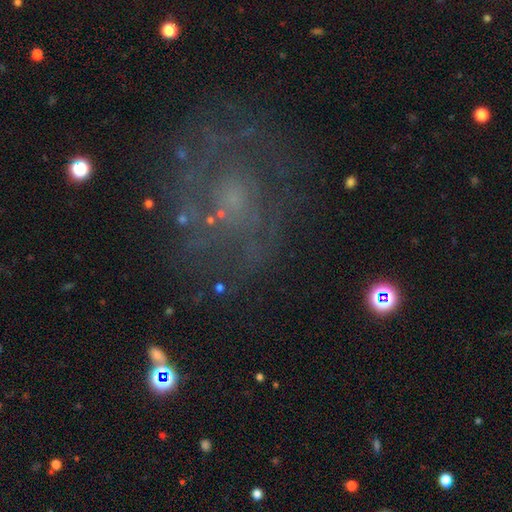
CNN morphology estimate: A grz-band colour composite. It shows a featured or disk galaxy (64%) with no bar (81%), spiral arms (61%) and a small central bulge (45%). Merging: none (68%).